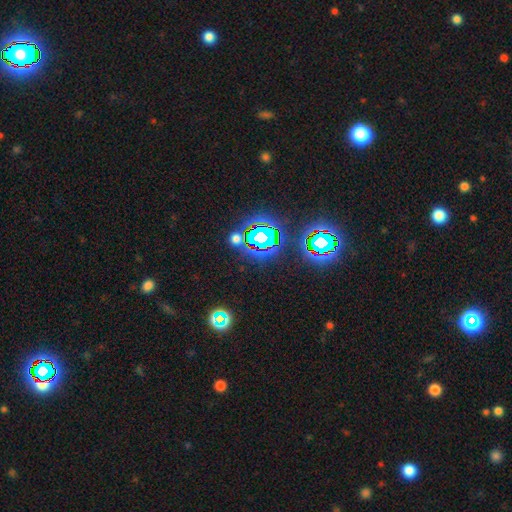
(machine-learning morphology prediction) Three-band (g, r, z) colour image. It shows a star or artifact, not a galaxy (79%).